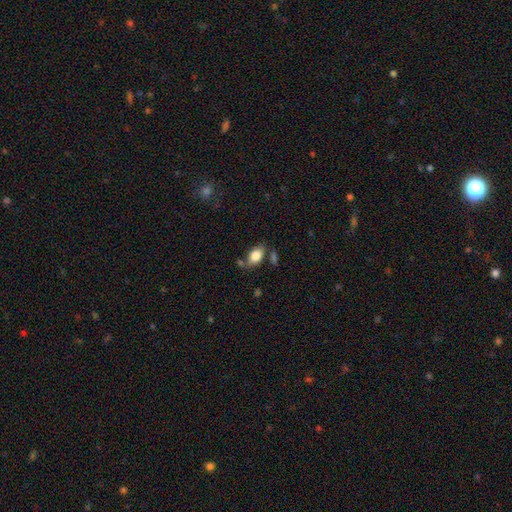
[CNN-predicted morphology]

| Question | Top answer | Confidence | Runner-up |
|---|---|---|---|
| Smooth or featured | smooth | 83% | featured or disk (10%) |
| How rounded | in between | 88% | round (10%) |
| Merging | none | 66% | minor disturbance (18%) |